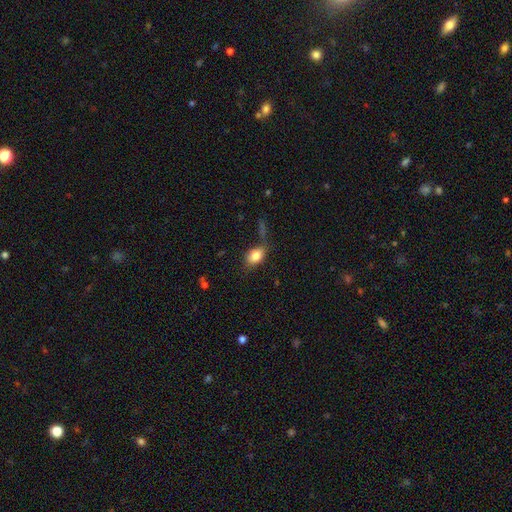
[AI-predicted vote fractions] smooth_or_featured: smooth (p=0.81) [alt: featured or disk p=0.10]
how_rounded: in between (p=0.80) [alt: round p=0.18]
merging: none (p=0.61) [alt: minor disturbance p=0.21]